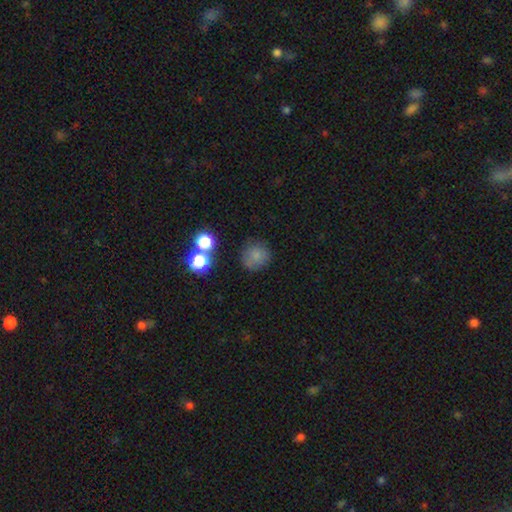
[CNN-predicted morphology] type=smooth (78%); roundness=round (90%); merging=none (72%).